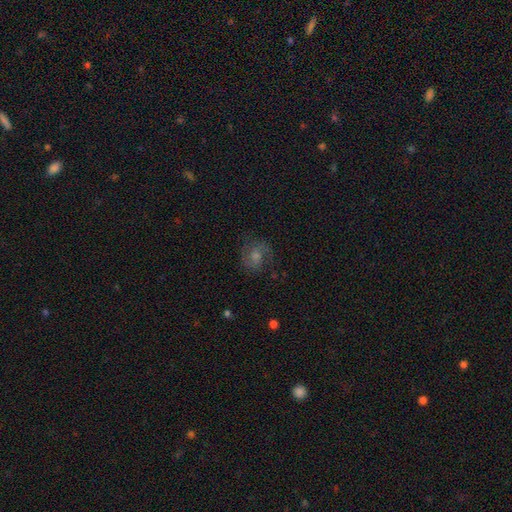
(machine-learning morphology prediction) A featured or disk galaxy (61%) with no bar (60%), 2 (76%) medium (51%) spiral arms (91%) and a moderate central bulge (55%). Merging: none (77%).